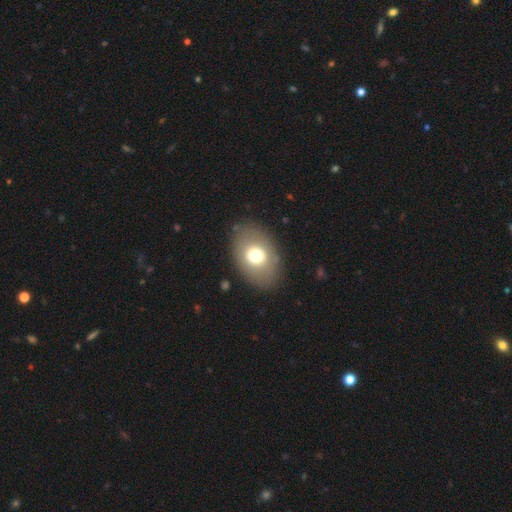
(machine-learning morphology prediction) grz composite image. It shows a smooth galaxy with no disk features (69%) that is in between round and cigar-shaped (78%). Merging: none (84%).